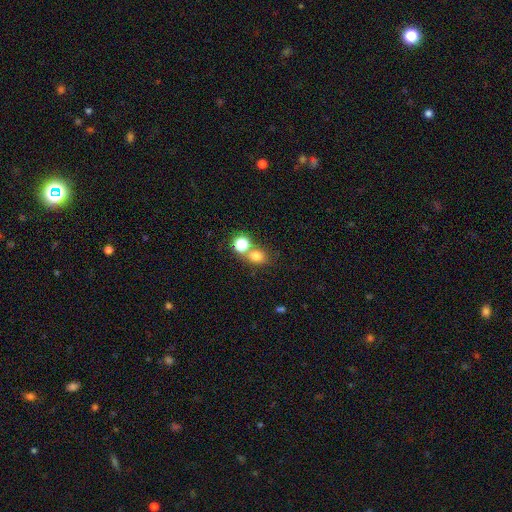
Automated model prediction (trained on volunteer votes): This is likely a smooth galaxy (75%). How rounded: likely round (60%). Merging: possibly none (53%).